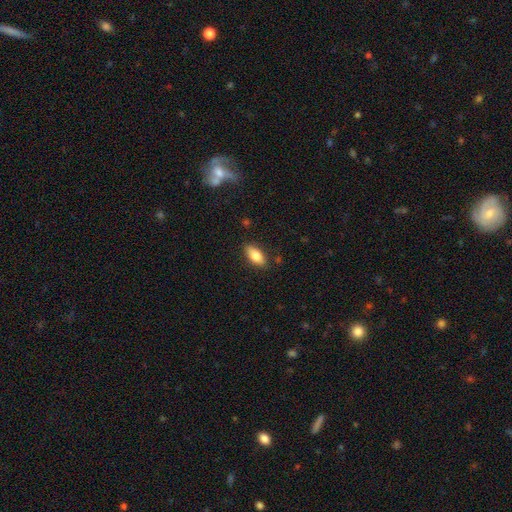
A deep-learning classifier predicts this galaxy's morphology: A smooth galaxy with no disk features (80%) that is in between round and cigar-shaped (86%). Merging: none (85%).